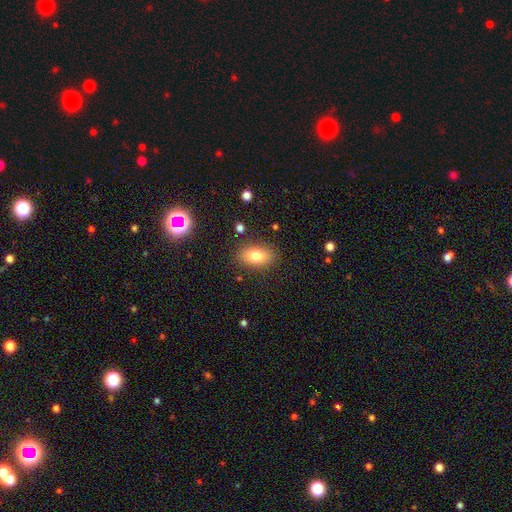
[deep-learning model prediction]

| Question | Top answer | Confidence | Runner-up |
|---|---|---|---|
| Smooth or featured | smooth | 78% | featured or disk (12%) |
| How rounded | in between | 87% | round (10%) |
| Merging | none | 85% | minor disturbance (10%) |